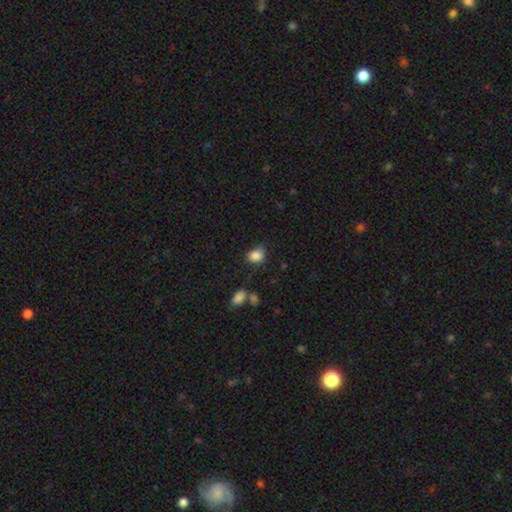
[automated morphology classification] type=smooth (86%); roundness=in between (60%); merging=none (70%).